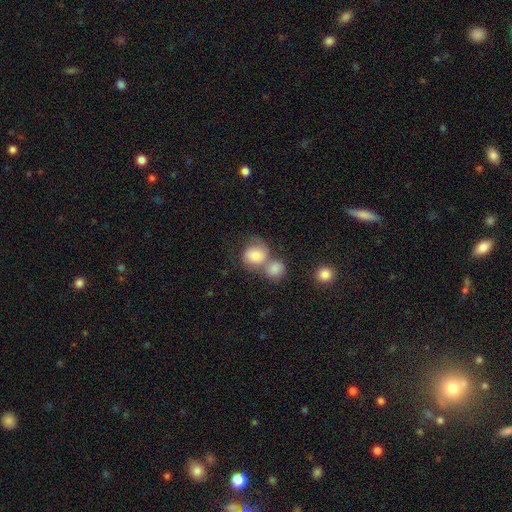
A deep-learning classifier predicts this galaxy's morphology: This is likely a smooth galaxy (75%). How rounded: likely round (75%). Merging: possibly merger (56%).